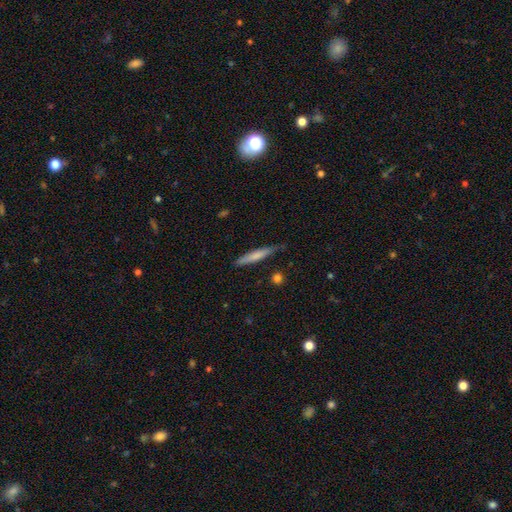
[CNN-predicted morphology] A smooth galaxy with no disk features (66%) that is cigar-shaped (93%).

Vote fractions:
- Smooth or featured? smooth: 66% / featured or disk: 28% / star or artifact: 6%
- How rounded? cigar-shaped: 93% / in between: 6% / round: 1%
- Merging? none: 76% / minor disturbance: 19% / major disturbance: 3% / merger: 2%